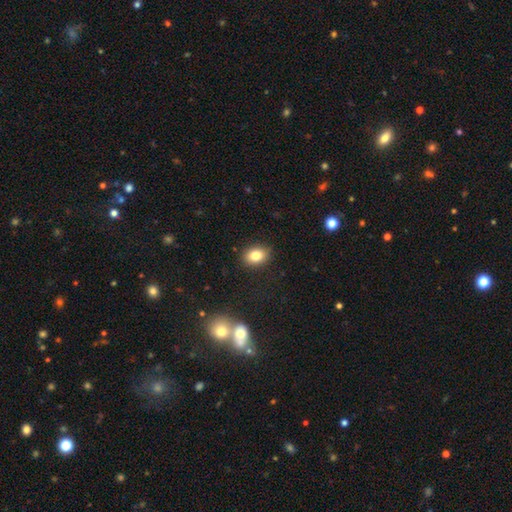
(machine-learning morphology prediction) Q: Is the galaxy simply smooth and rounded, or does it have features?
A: smooth — 81%.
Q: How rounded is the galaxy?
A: in between — 67%.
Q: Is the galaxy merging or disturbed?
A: none — 88%.